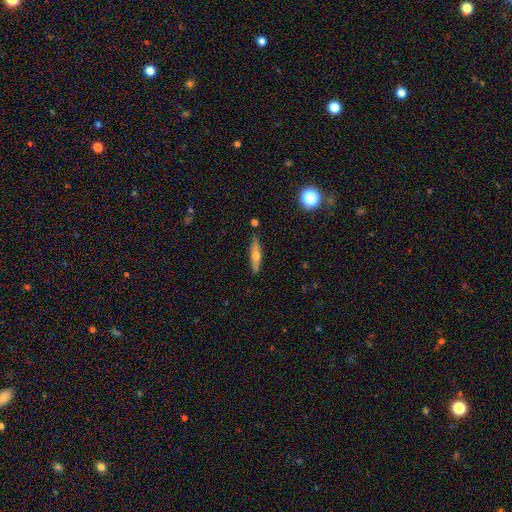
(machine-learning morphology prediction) featured or disk 48%, smooth 44%, star or artifact 8%. Down the decision tree: merging — none (85%).